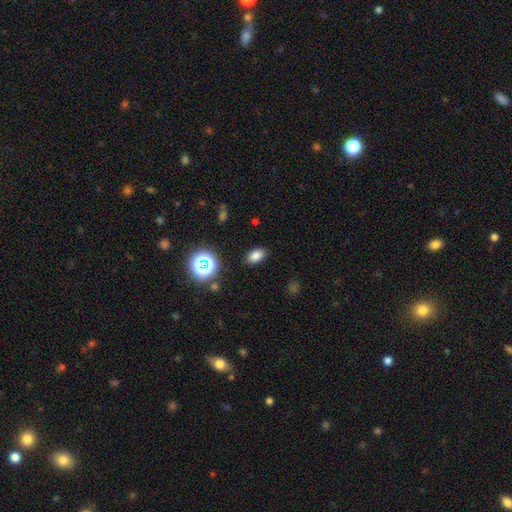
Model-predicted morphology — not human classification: A smooth galaxy with no disk features (79%) that is in between round and cigar-shaped (87%).

Vote fractions:
- Smooth or featured? smooth: 79% / star or artifact: 15% / featured or disk: 6%
- How rounded? in between: 87% / round: 11% / cigar-shaped: 2%
- Merging? none: 87% / minor disturbance: 9% / major disturbance: 3% / merger: 2%